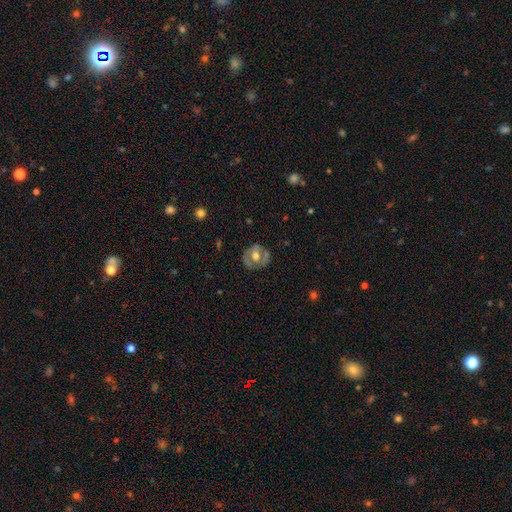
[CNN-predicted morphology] type=featured or disk (49%); merging=none (73%).